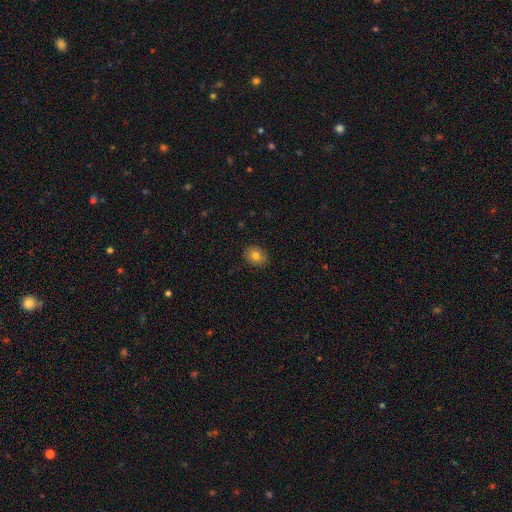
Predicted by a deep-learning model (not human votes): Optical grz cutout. It shows a smooth galaxy with no disk features (81%) that is round (51%). Merging: none (88%).